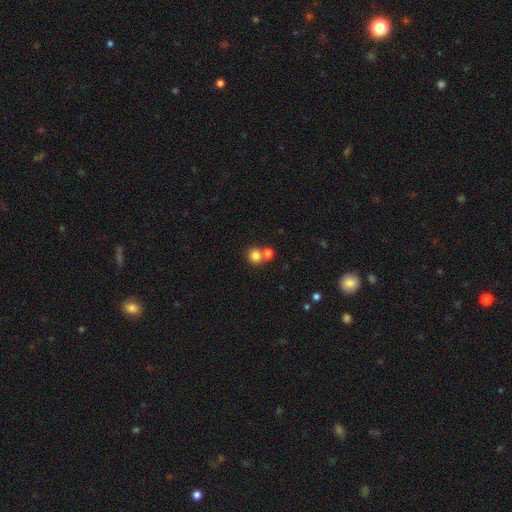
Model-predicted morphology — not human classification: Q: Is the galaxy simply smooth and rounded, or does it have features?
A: smooth — 81%.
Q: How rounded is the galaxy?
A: round — 86%.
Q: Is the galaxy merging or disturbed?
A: none — 52%.